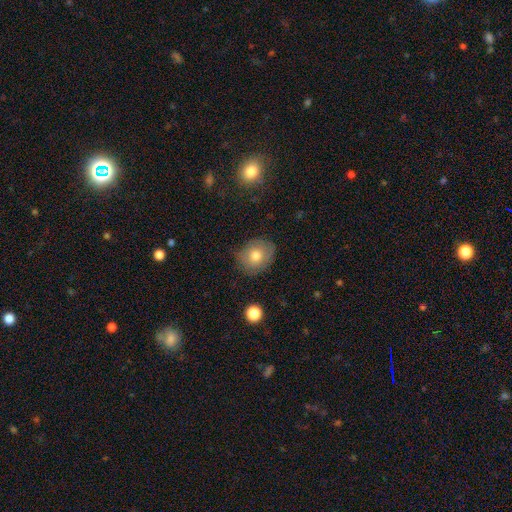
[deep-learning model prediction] Smooth or featured? Predicted: smooth (p=0.73). How rounded? Predicted: round (p=0.68). Merging? Predicted: none (p=0.74).